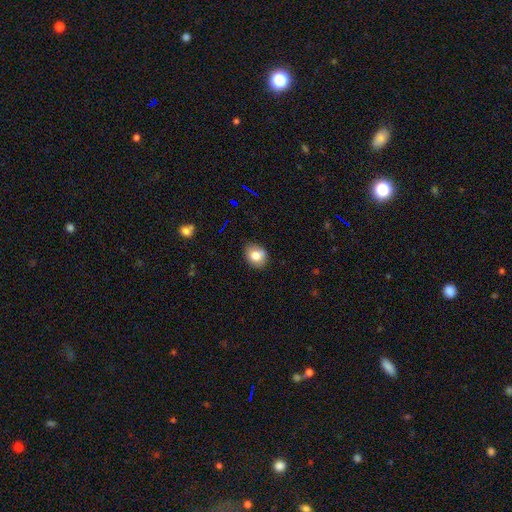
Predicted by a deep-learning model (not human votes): Smooth or featured? Predicted: smooth (p=0.78). How rounded? Predicted: round (p=0.64). Merging? Predicted: none (p=0.77).